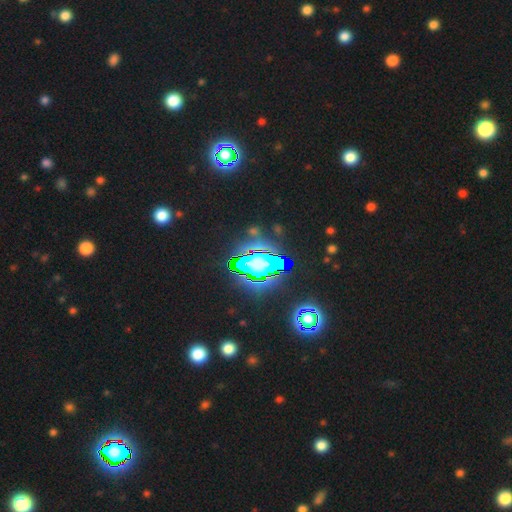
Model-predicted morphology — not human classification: Smooth or featured: star or artifact — 85% (smooth — 8%)